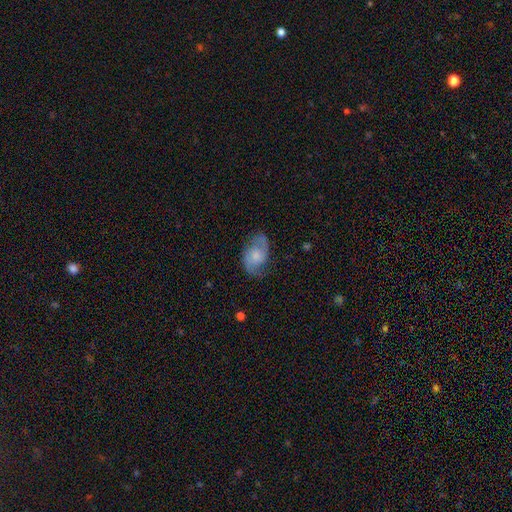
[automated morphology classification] type=featured or disk (59%); edge-on=no (96%); bar=no (66%); spiral arms=yes (88%); bulge=small (39%); merging=none (65%).